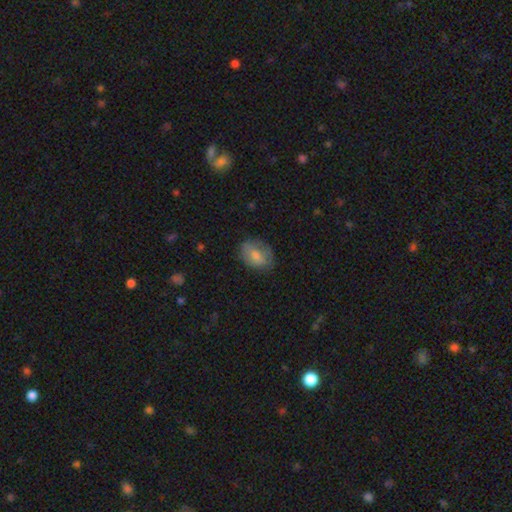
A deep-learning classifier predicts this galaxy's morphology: smooth-or-featured: smooth: 70% | featured or disk: 22% | star or artifact: 8%
  how-rounded: in between: 72% | round: 26% | cigar-shaped: 1%
  merging: none: 71% | minor disturbance: 21% | major disturbance: 6% | merger: 1%